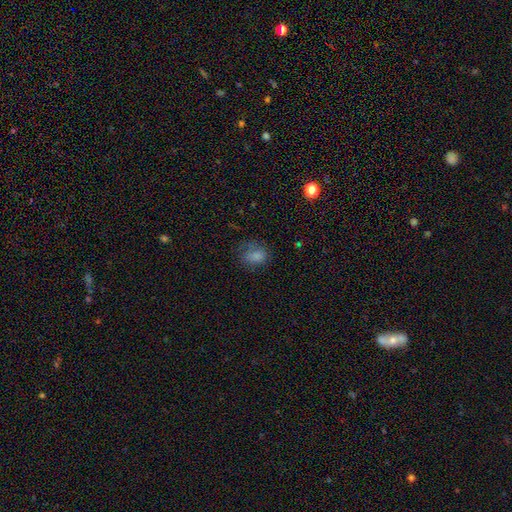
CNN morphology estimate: A smooth galaxy with no disk features (78%) that is in between round and cigar-shaped (63%). Merging: none (56%).